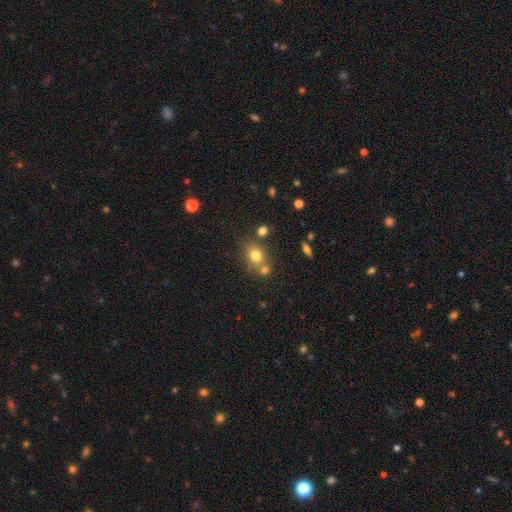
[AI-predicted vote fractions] Overall: smooth (75%). How rounded: round (59%; in between 40%). Merging: none (60%; merger 24%).